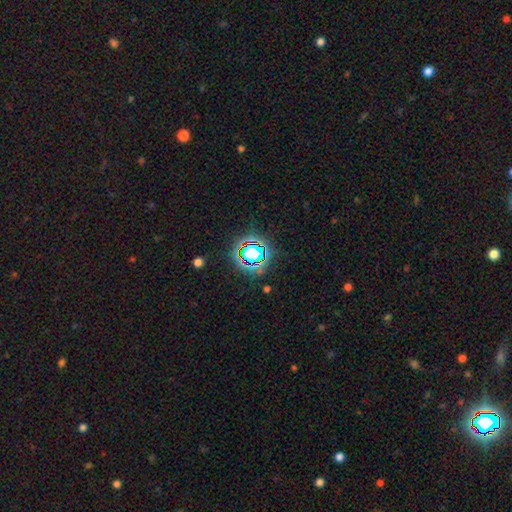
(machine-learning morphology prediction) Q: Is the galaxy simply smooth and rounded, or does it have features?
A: star or artifact — 64%.